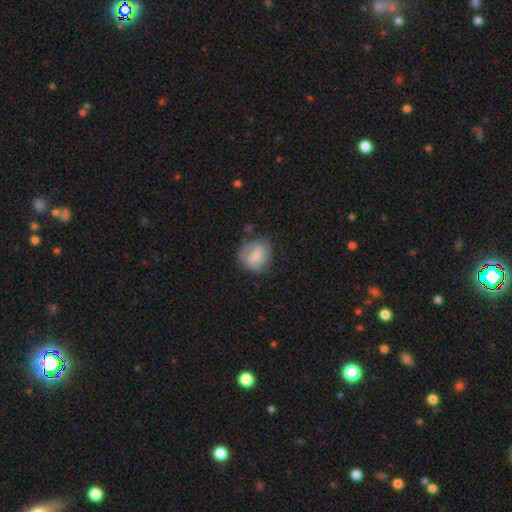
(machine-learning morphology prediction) A smooth galaxy with no disk features (63%) that is round (70%).

Vote fractions:
- Smooth or featured? smooth: 63% / featured or disk: 29% / star or artifact: 7%
- How rounded? round: 70% / in between: 28% / cigar-shaped: 1%
- Merging? none: 62% / minor disturbance: 25% / major disturbance: 11% / merger: 3%